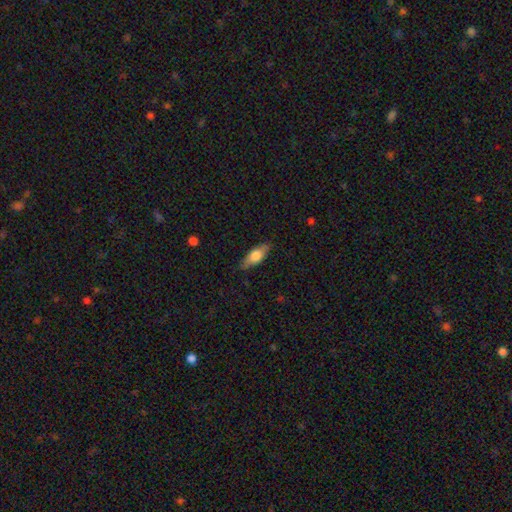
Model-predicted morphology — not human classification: A smooth galaxy with no disk features (60%) that is in between round and cigar-shaped (64%). Merging: none (82%).